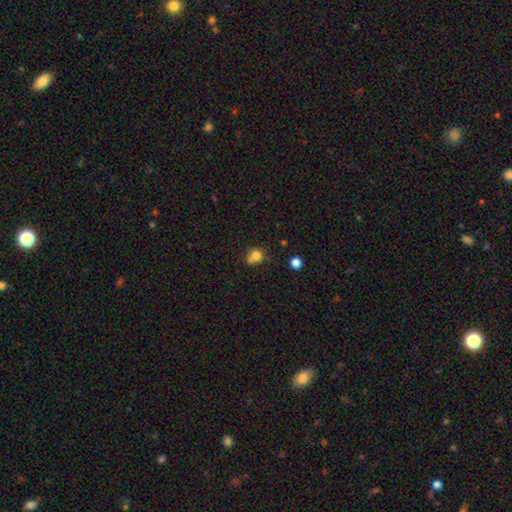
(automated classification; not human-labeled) Overall: smooth (79%). How rounded: round (69%; in between 30%). Merging: none (46%; minor disturbance 28%).